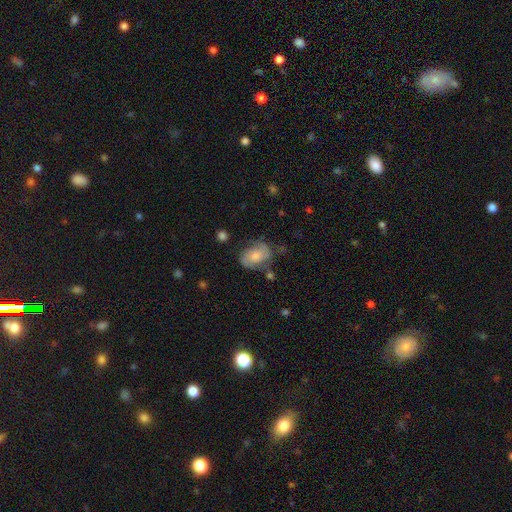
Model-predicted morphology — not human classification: Smooth or featured?
  - featured or disk: 51% *
  - smooth: 41%
  - star or artifact: 8%
Edge-on disk?
  - no: 96% *
  - yes: 4%
Merging?
  - none: 57% *
  - minor disturbance: 25%
  - major disturbance: 13%
  - merger: 5%